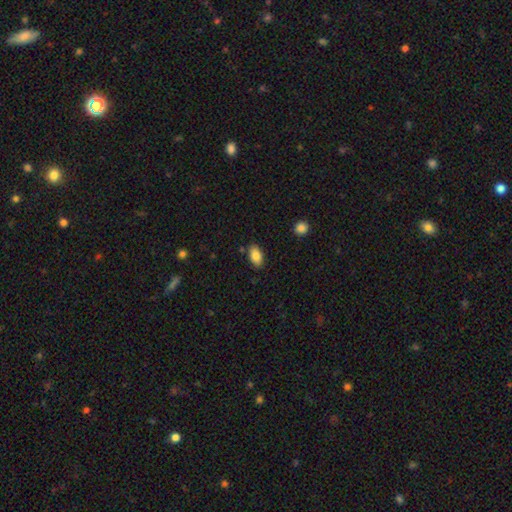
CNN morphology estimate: A smooth galaxy with no disk features (85%) that is in between round and cigar-shaped (92%).

Vote fractions:
- Smooth or featured? smooth: 85% / star or artifact: 8% / featured or disk: 7%
- How rounded? in between: 92% / round: 5% / cigar-shaped: 3%
- Merging? none: 85% / minor disturbance: 11% / merger: 2% / major disturbance: 2%